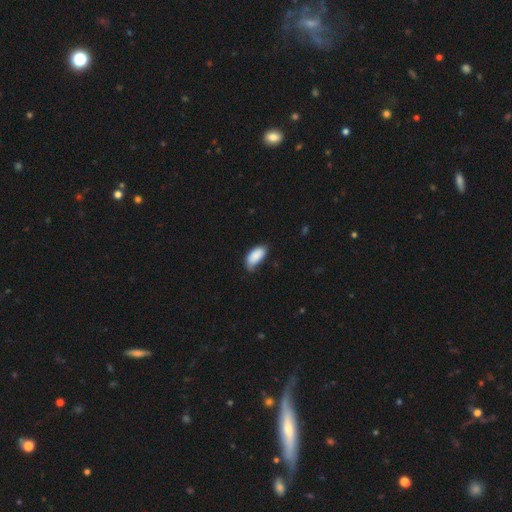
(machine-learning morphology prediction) This appears to be a smooth galaxy with no disk features (87%) that is in between round and cigar-shaped (94%). Merging: none (52%).